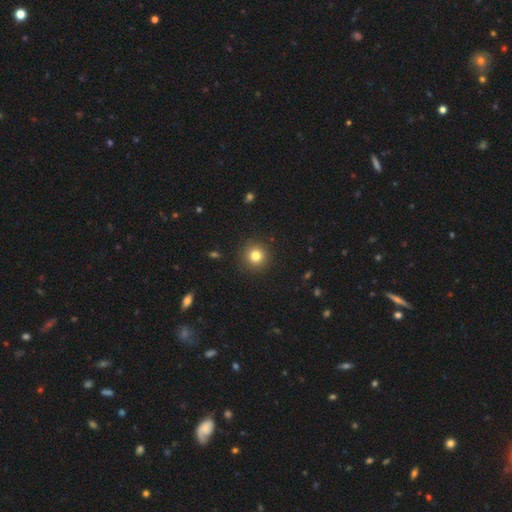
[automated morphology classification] A smooth galaxy with no disk features (81%) that is round (95%).

Vote fractions:
- Smooth or featured? smooth: 81% / star or artifact: 12% / featured or disk: 7%
- How rounded? round: 95% / in between: 4% / cigar-shaped: 1%
- Merging? none: 92% / minor disturbance: 5% / major disturbance: 2% / merger: 1%